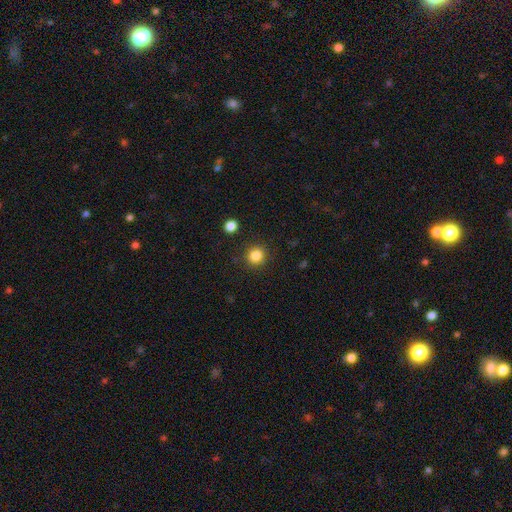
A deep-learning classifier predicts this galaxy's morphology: The model was most divided on "smooth or featured": smooth: 84%, star or artifact: 12%, featured or disk: 4%. More confident: how rounded — round (92%); merging — none (89%).